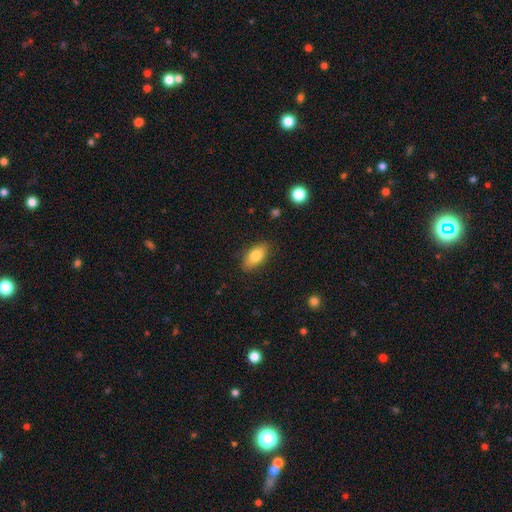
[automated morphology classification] This appears to be a smooth galaxy with no disk features (80%) that is in between round and cigar-shaped (87%). Merging: none (85%).